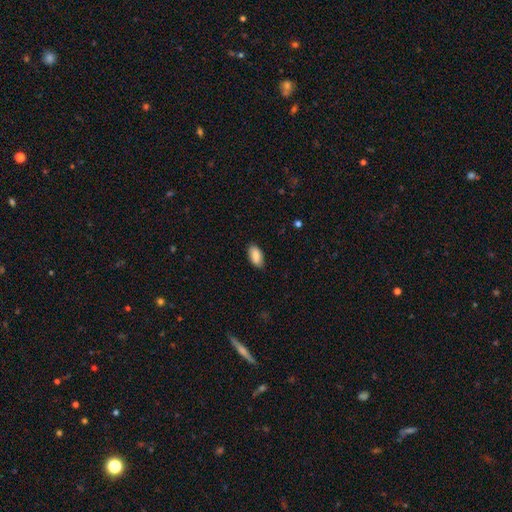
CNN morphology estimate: Smooth or featured: smooth — 89% (star or artifact — 6%)
How rounded: in between — 93% (cigar-shaped — 4%)
Merging: none — 86% (minor disturbance — 11%)